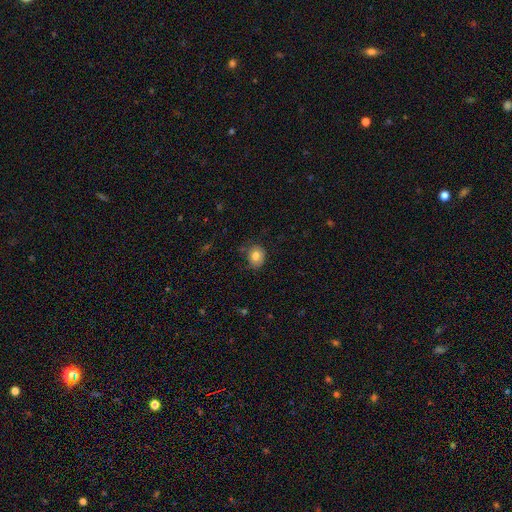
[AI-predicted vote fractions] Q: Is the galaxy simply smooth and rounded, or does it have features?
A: smooth — 78%.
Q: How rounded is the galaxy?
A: round — 56%.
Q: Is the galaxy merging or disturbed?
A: none — 66%.